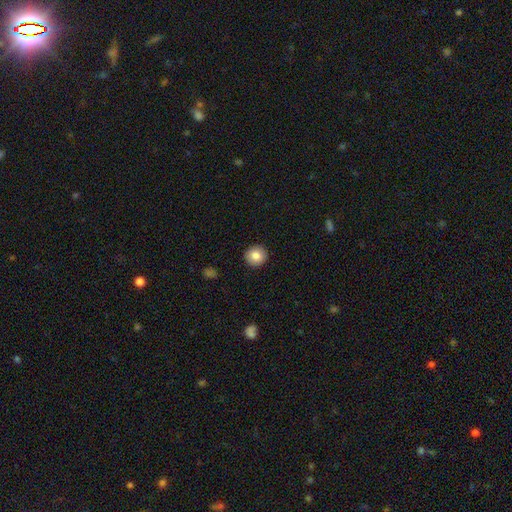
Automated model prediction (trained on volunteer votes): Morphology: type=smooth (84%); roundness=round (92%); merging=none (92%).